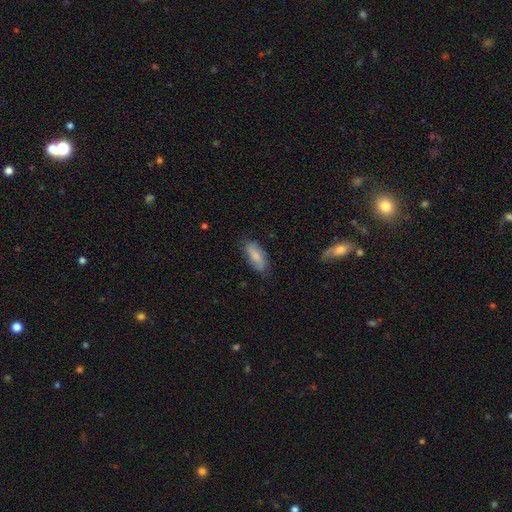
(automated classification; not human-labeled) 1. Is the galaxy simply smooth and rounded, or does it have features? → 74% smooth, 19% featured or disk, 6% star or artifact.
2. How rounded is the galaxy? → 82% in between, 15% cigar-shaped, 2% round.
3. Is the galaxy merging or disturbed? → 74% none, 20% minor disturbance, 5% major disturbance, 1% merger.